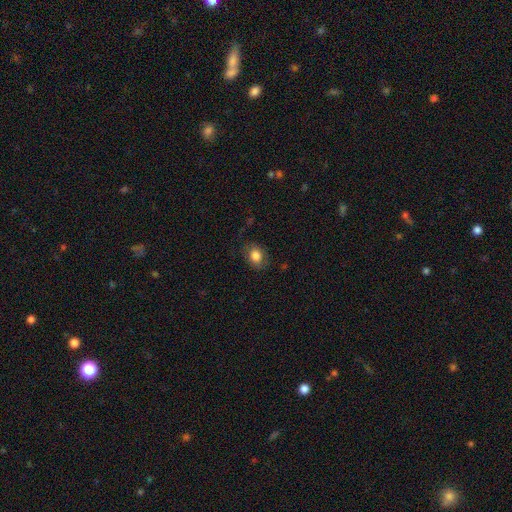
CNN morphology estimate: smooth_or_featured: smooth (p=0.82) [alt: featured or disk p=0.09]
how_rounded: in between (p=0.55) [alt: round p=0.44]
merging: none (p=0.77) [alt: minor disturbance p=0.17]